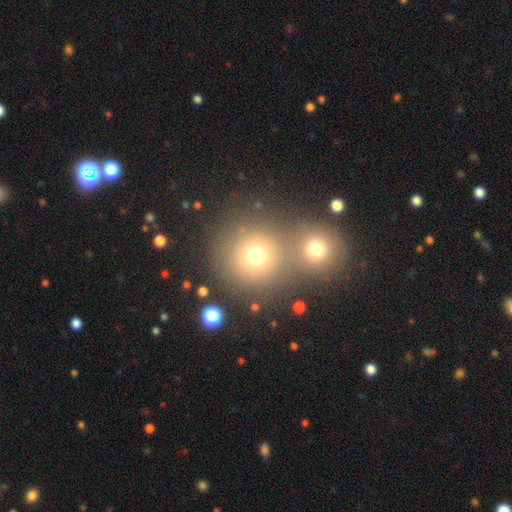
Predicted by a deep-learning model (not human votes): Q: Smooth or featured?
A: smooth (67%); runner-up: star or artifact (21%)
Q: How rounded?
A: round (92%); runner-up: in between (7%)
Q: Merging?
A: none (46%); runner-up: merger (45%)